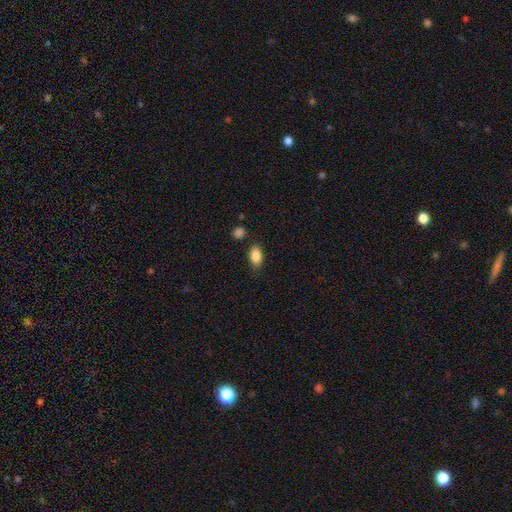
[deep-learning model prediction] Smooth or featured: smooth — 87% (star or artifact — 8%)
How rounded: in between — 89% (round — 8%)
Merging: none — 80% (minor disturbance — 13%)